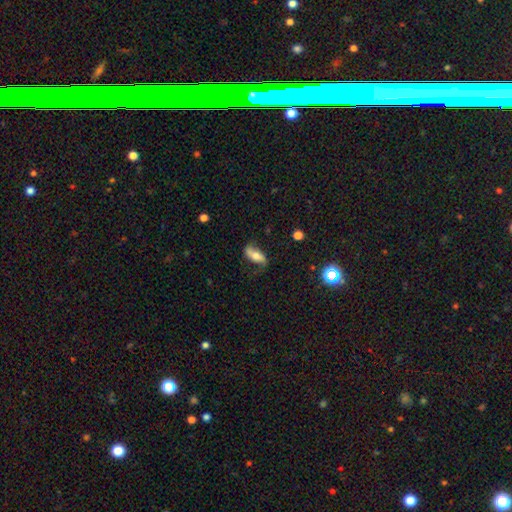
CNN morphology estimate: Overall: featured or disk (50%; smooth 41%). Edge-on disk: no (83%). Merging: none (63%; minor disturbance 25%).